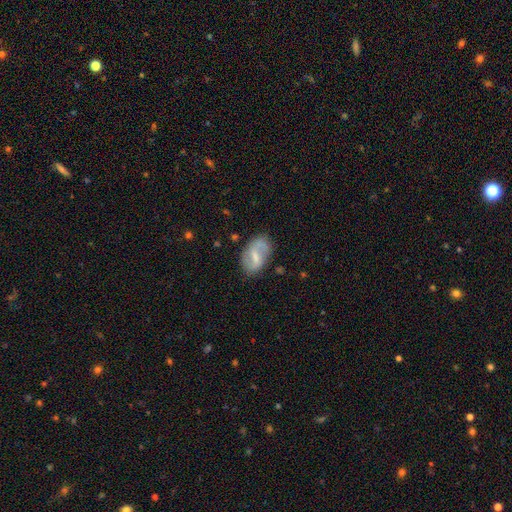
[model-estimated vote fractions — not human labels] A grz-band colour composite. It shows a featured or disk galaxy (62%) with a weak bar (52%), spiral arms (79%) and a small central bulge (42%). Merging: none (69%).